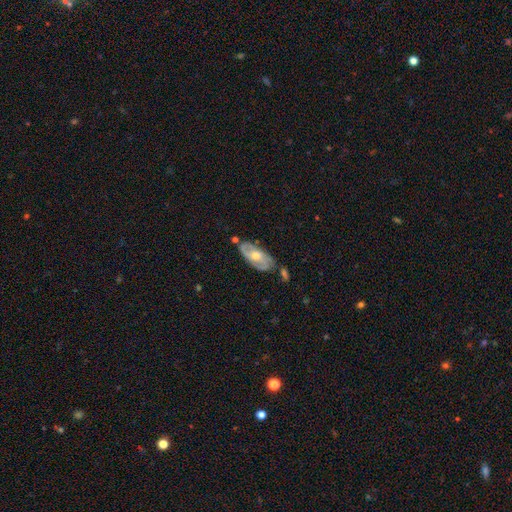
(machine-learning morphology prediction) This appears to be a featured or disk galaxy (68%) with no bar (65%), spiral arms (74%) and a moderate central bulge (70%). Merging: none (68%).